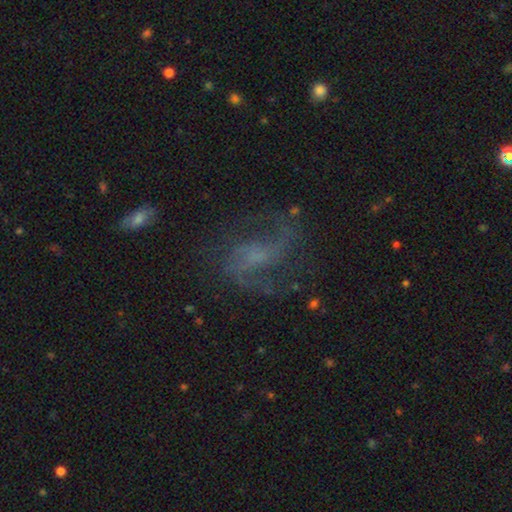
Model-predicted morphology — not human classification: Smooth or featured: featured or disk — 71% (star or artifact — 15%)
Edge-on disk: no — 97% (yes — 3%)
Bar: no — 45% (weak — 42%)
Spiral arms: yes — 89% (no — 11%)
Spiral winding: loose — 47% (medium — 42%)
Spiral arm count: 2 — 72% (can't tell — 12%)
Bulge size: none — 40% (small — 34%)
Merging: none — 63% (major disturbance — 18%)